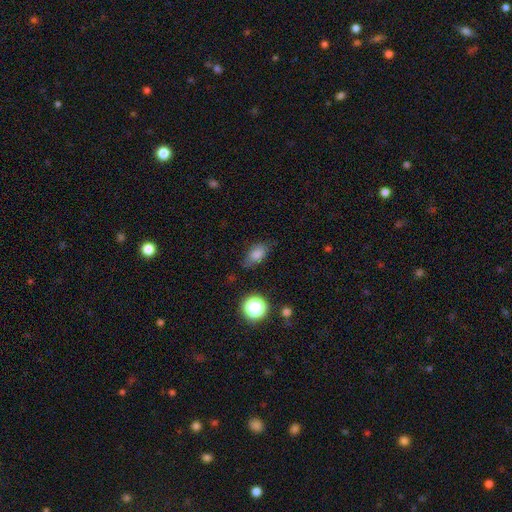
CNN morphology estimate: Smooth or featured? smooth (79%)
How rounded? in between (83%)
Merging? none (70%)